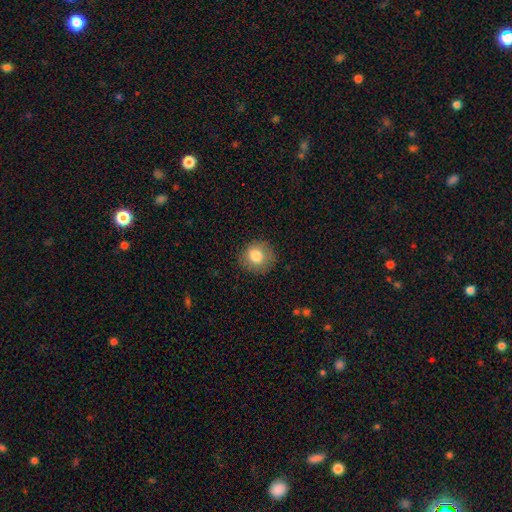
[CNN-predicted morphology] smooth-or-featured: smooth: 82% | featured or disk: 9% | star or artifact: 9%
  how-rounded: round: 89% | in between: 11% | cigar-shaped: 1%
  merging: none: 85% | minor disturbance: 10% | major disturbance: 3% | merger: 1%